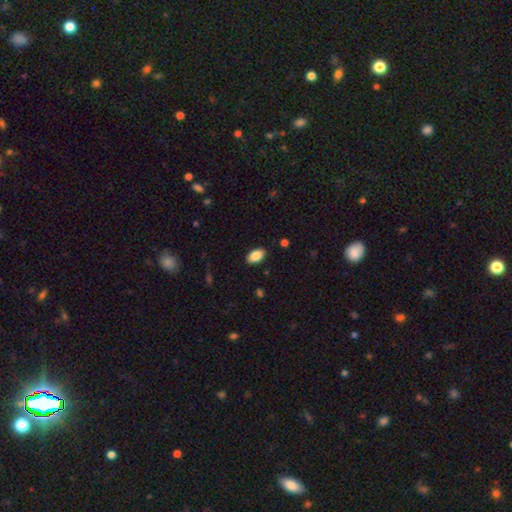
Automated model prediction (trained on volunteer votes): This is clearly a smooth galaxy (88%). How rounded: clearly in between (93%). Merging: clearly none (88%).